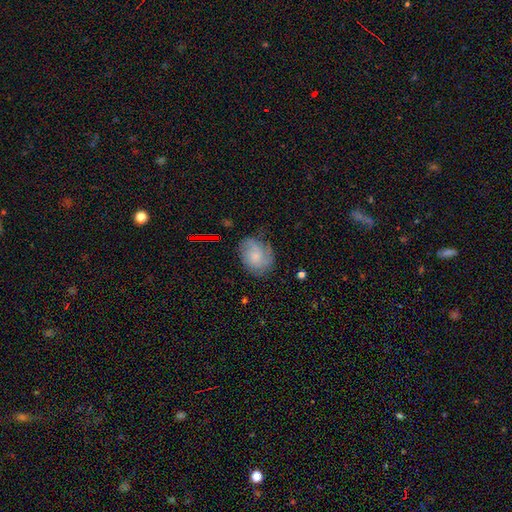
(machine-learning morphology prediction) Smooth or featured? Predicted: smooth (p=0.49). Merging? Predicted: none (p=0.61).